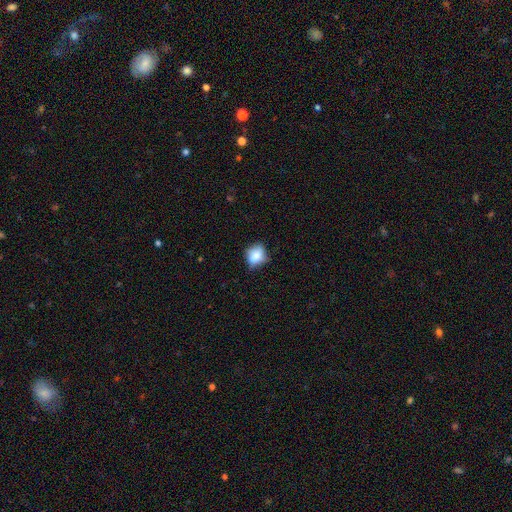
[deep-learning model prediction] Smooth or featured?
  - smooth: 77% *
  - featured or disk: 13%
  - star or artifact: 10%
How rounded?
  - round: 60% *
  - in between: 38%
  - cigar-shaped: 2%
Merging?
  - none: 59% *
  - minor disturbance: 32%
  - major disturbance: 8%
  - merger: 2%